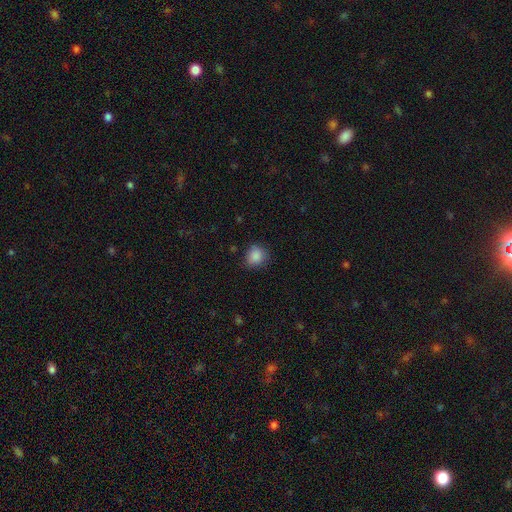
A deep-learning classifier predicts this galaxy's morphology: A smooth galaxy with no disk features (87%) that is round (77%).

Vote fractions:
- Smooth or featured? smooth: 87% / star or artifact: 9% / featured or disk: 4%
- How rounded? round: 77% / in between: 22% / cigar-shaped: 1%
- Merging? none: 76% / minor disturbance: 19% / major disturbance: 4% / merger: 1%